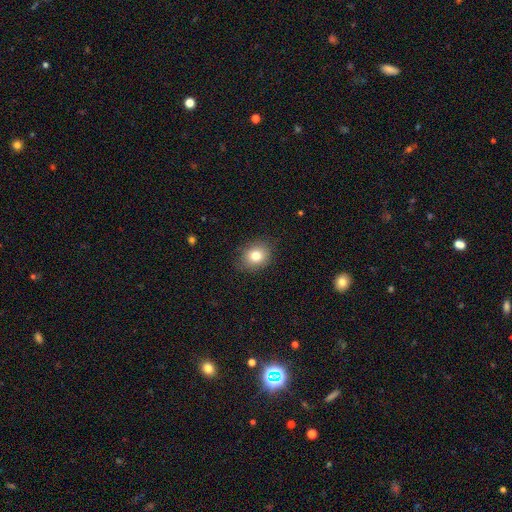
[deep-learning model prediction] Smooth or featured? Predicted: smooth (p=0.79). How rounded? Predicted: round (p=0.60). Merging? Predicted: none (p=0.85).